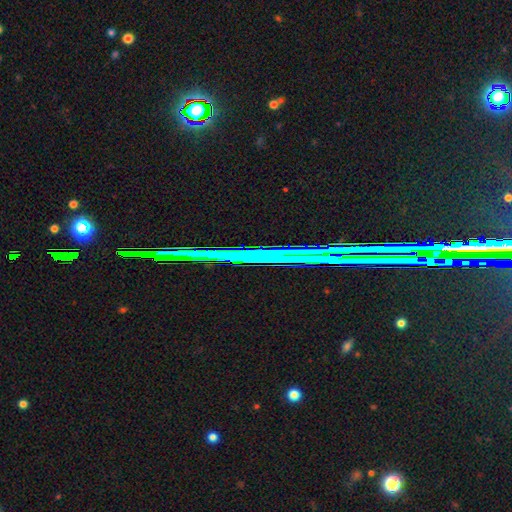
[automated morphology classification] This is likely a star or artifact rather than a galaxy (75%).